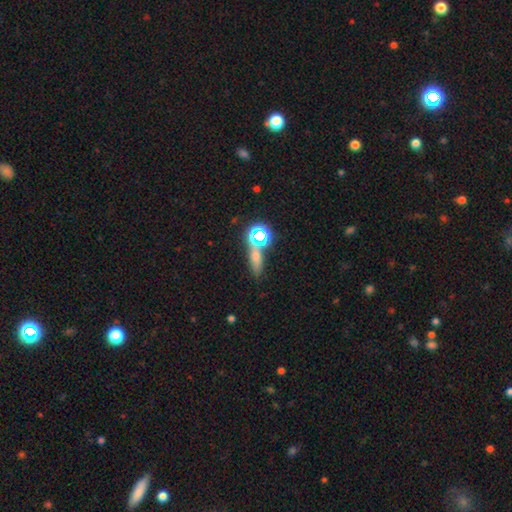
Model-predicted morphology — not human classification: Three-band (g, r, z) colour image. It shows a smooth galaxy with no disk features (49%). Merging: none (67%).